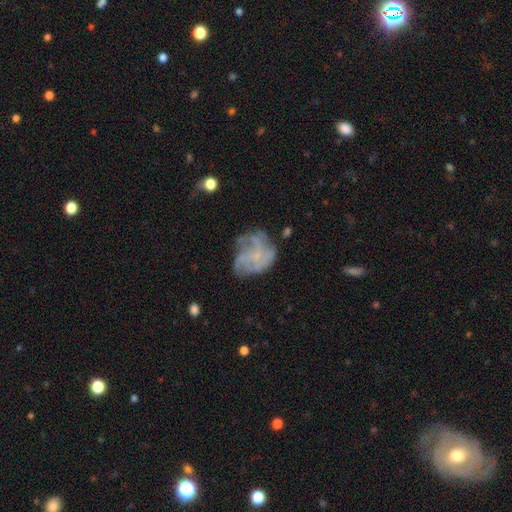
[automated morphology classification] Q: Smooth or featured?
A: featured or disk (67%); runner-up: smooth (22%)
Q: Edge-on disk?
A: no (98%); runner-up: yes (2%)
Q: Bar?
A: no (79%); runner-up: weak (18%)
Q: Spiral arms?
A: yes (68%); runner-up: no (32%)
Q: Bulge size?
A: small (57%); runner-up: none (32%)
Q: Merging?
A: none (52%); runner-up: minor disturbance (23%)